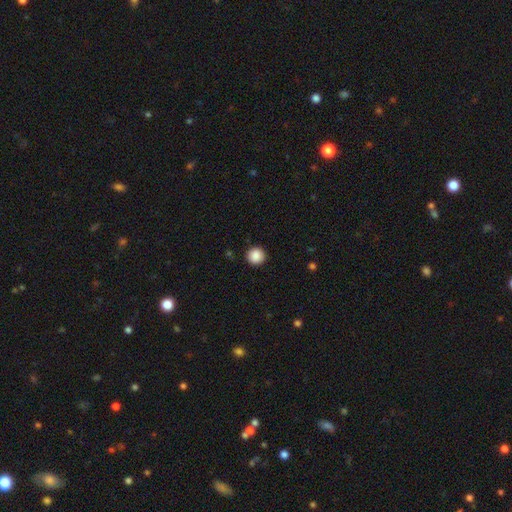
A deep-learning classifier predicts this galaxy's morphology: A smooth galaxy with no disk features (88%) that is round (95%).

Vote fractions:
- Smooth or featured? smooth: 88% / star or artifact: 9% / featured or disk: 3%
- How rounded? round: 95% / in between: 4% / cigar-shaped: 1%
- Merging? none: 92% / minor disturbance: 6% / major disturbance: 2% / merger: 1%